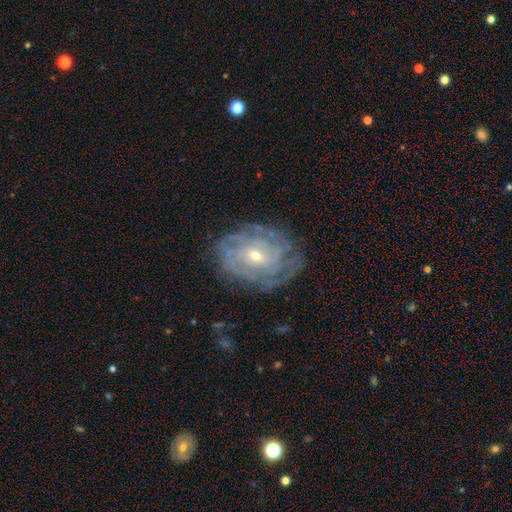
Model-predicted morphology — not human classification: Smooth or featured: featured or disk — 83% (smooth — 10%)
Edge-on disk: no — 96% (yes — 4%)
Bar: no — 52% (weak — 39%)
Spiral arms: yes — 91% (no — 9%)
Spiral winding: tight — 74% (medium — 20%)
Spiral arm count: can't tell — 48% (4 — 15%)
Bulge size: small — 60% (moderate — 37%)
Merging: none — 73% (minor disturbance — 18%)